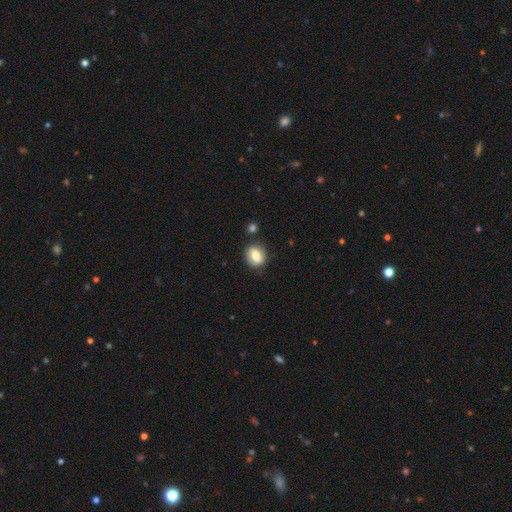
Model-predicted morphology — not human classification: A smooth galaxy with no disk features (71%) that is in between round and cigar-shaped (51%). Merging: none (78%).